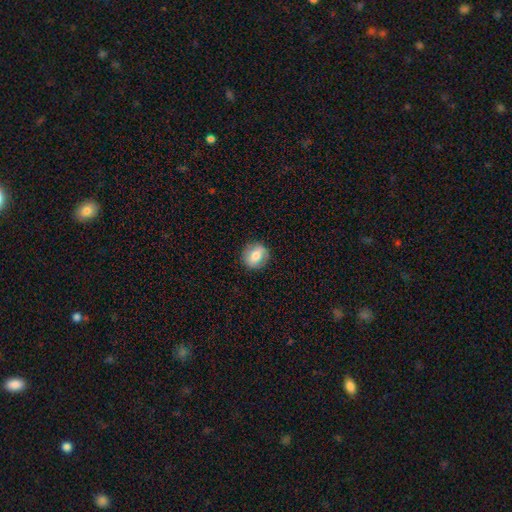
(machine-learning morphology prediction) Smooth or featured?
  - smooth: 67% *
  - featured or disk: 25%
  - star or artifact: 8%
How rounded?
  - round: 79% *
  - in between: 20%
  - cigar-shaped: 1%
Merging?
  - none: 86% *
  - minor disturbance: 10%
  - major disturbance: 3%
  - merger: 1%